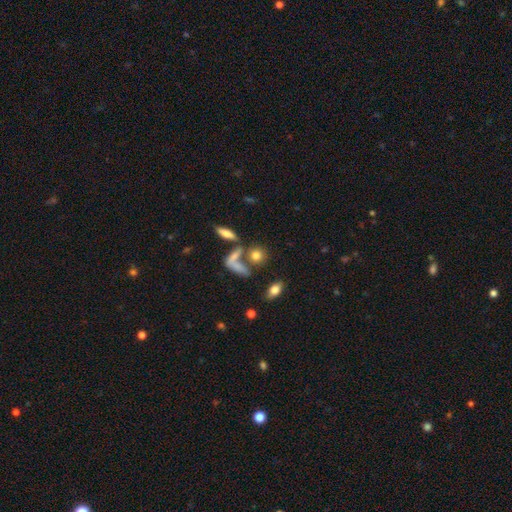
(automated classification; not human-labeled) smooth-or-featured: smooth: 70% | featured or disk: 17% | star or artifact: 14%
  how-rounded: round: 61% | in between: 30% | cigar-shaped: 9%
  merging: none: 51% | merger: 29% | minor disturbance: 11% | major disturbance: 9%